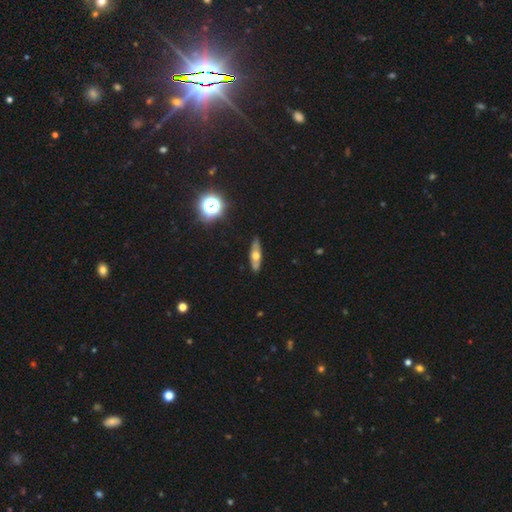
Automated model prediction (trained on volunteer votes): A featured or disk galaxy (46%). Merging: none (85%).